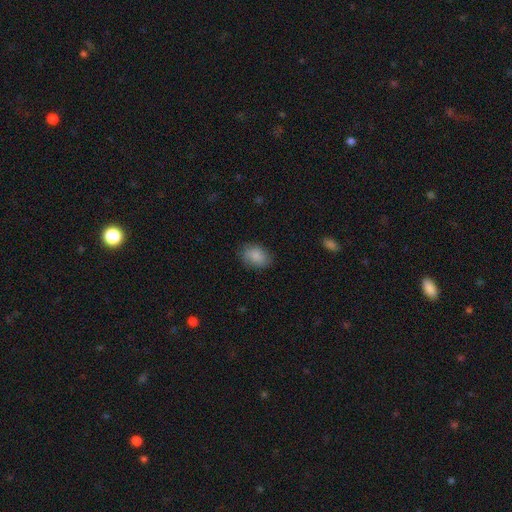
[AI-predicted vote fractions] smooth 87%, star or artifact 7%, featured or disk 6%. Down the decision tree: how rounded — in between (81%); merging — none (82%).